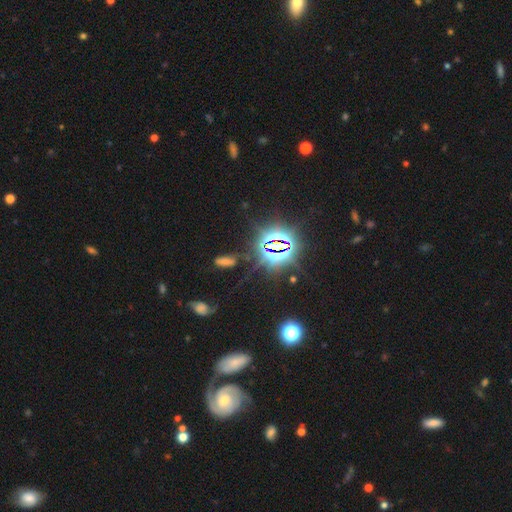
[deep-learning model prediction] Q: Smooth or featured?
A: star or artifact (78%); runner-up: smooth (13%)